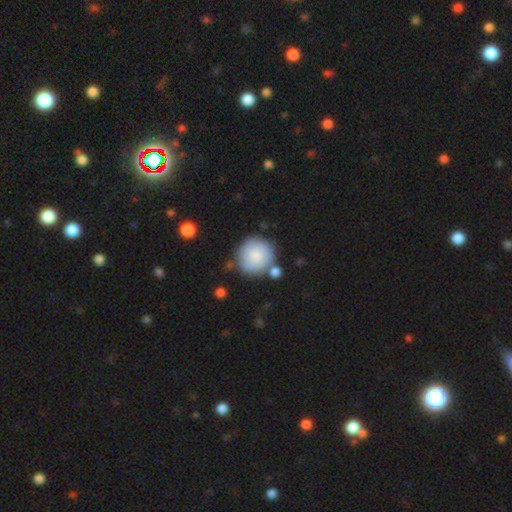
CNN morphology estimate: This appears to be a smooth galaxy with no disk features (83%) that is round (93%). Merging: none (70%).